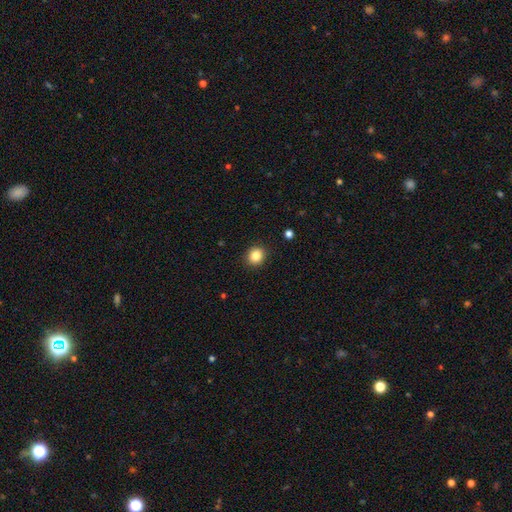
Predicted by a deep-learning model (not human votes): Smooth or featured?
  - smooth: 85% *
  - star or artifact: 10%
  - featured or disk: 5%
How rounded?
  - round: 81% *
  - in between: 18%
  - cigar-shaped: 1%
Merging?
  - none: 91% *
  - minor disturbance: 6%
  - major disturbance: 2%
  - merger: 1%